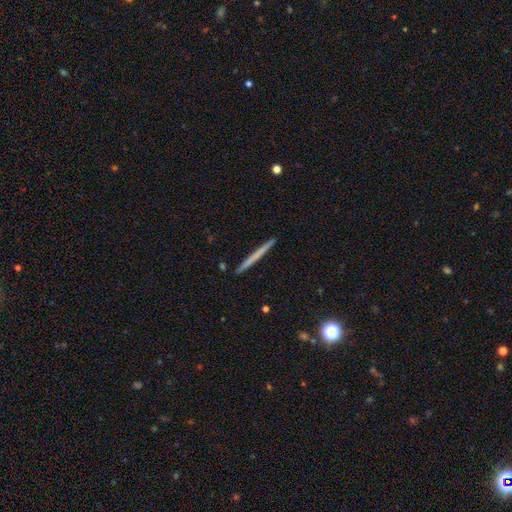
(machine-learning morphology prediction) A smooth galaxy with no disk features (53%) that is cigar-shaped (97%). Merging: none (93%).